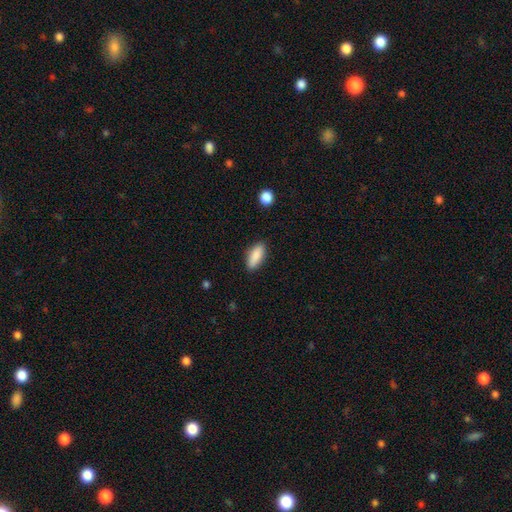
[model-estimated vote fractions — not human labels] smooth-or-featured: smooth: 87% | featured or disk: 6% | star or artifact: 6%
  how-rounded: in between: 76% | cigar-shaped: 22% | round: 2%
  merging: none: 87% | minor disturbance: 10% | major disturbance: 2% | merger: 1%